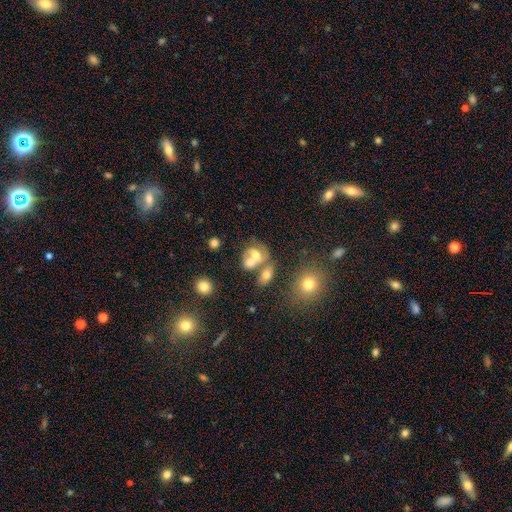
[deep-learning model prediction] A smooth galaxy with no disk features (51%) that is in between round and cigar-shaped (64%). Merging: merger (61%).